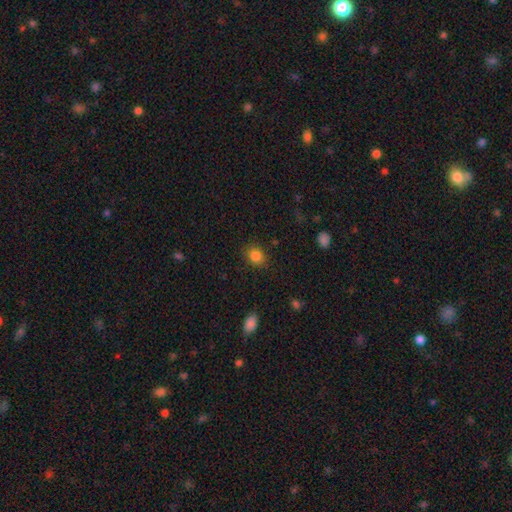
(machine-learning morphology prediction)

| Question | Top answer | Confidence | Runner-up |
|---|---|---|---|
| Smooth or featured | smooth | 84% | star or artifact (11%) |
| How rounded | round | 57% | in between (42%) |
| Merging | none | 86% | minor disturbance (10%) |